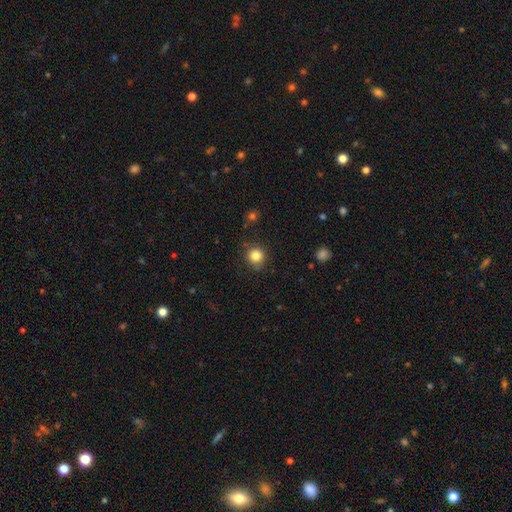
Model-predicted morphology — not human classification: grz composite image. It shows a smooth galaxy with no disk features (83%) that is round (93%). Merging: none (87%).